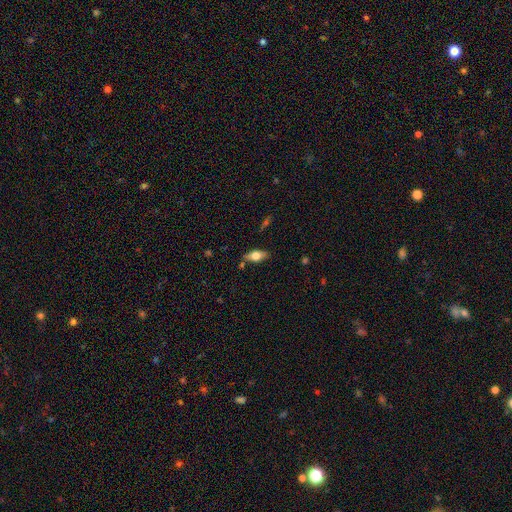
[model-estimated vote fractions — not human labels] A smooth galaxy with no disk features (60%) that is in between round and cigar-shaped (82%).

Vote fractions:
- Smooth or featured? smooth: 60% / featured or disk: 32% / star or artifact: 8%
- How rounded? in between: 82% / cigar-shaped: 14% / round: 5%
- Merging? none: 76% / minor disturbance: 16% / merger: 5% / major disturbance: 4%